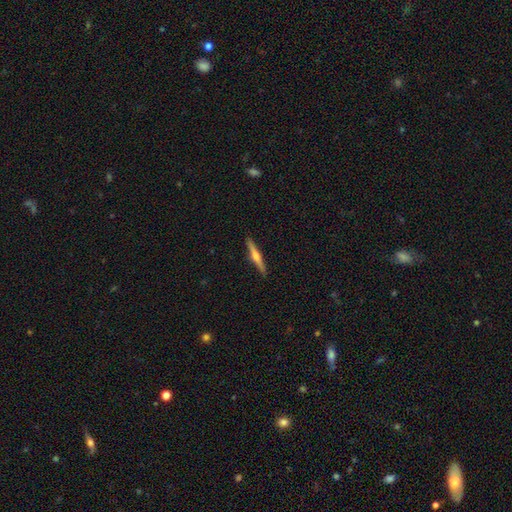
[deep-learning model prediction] smooth-or-featured: featured or disk: 65% | smooth: 30% | star or artifact: 5%
  disk-edge-on: yes: 98% | no: 2%
    edge-on-bulge: rounded: 88% | none: 7% | boxy: 5%
  merging: none: 92% | minor disturbance: 6% | major disturbance: 1% | merger: 1%